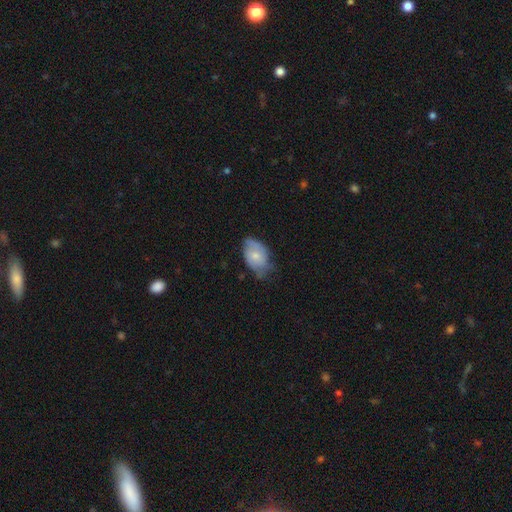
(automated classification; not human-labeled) Smooth or featured? Predicted: smooth (p=0.58). How rounded? Predicted: in between (p=0.88). Merging? Predicted: none (p=0.47).